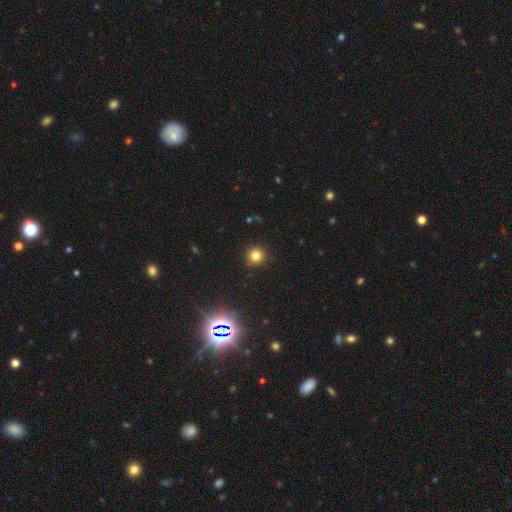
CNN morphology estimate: Smooth or featured? Predicted: smooth (p=0.77). How rounded? Predicted: round (p=0.94). Merging? Predicted: none (p=0.91).